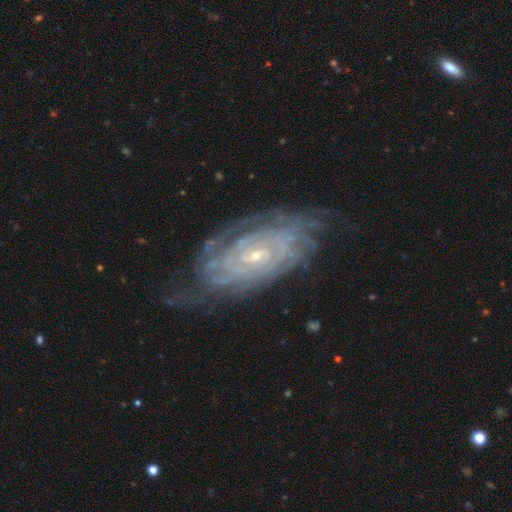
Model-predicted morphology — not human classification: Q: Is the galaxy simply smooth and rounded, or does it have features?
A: featured or disk — 88%.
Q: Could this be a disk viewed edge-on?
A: no — 94%.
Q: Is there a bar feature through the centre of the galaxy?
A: no — 56%.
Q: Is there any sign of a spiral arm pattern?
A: yes — 96%.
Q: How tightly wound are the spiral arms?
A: tight — 82%.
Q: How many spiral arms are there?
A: can't tell — 38%.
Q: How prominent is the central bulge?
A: small — 75%.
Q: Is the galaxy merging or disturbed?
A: none — 70%.